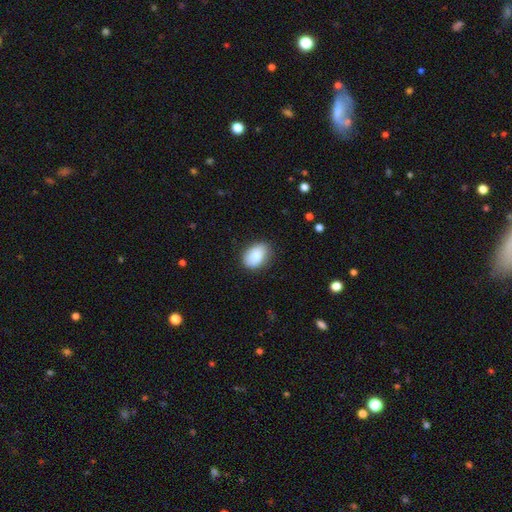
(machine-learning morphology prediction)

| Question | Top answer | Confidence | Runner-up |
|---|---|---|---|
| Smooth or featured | smooth | 86% | star or artifact (7%) |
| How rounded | in between | 82% | round (17%) |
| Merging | none | 78% | minor disturbance (17%) |